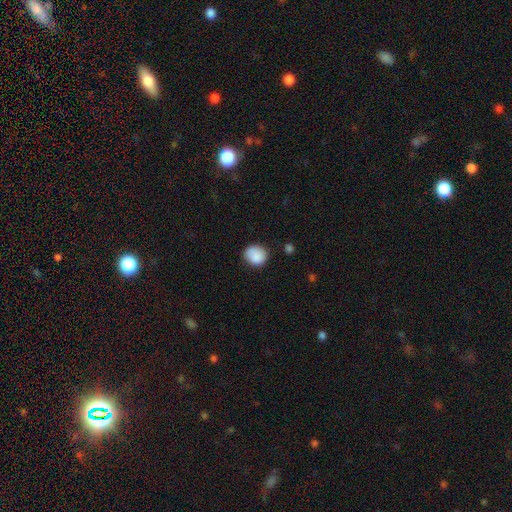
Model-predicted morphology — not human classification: The model was most divided on "how rounded": round: 76%, in between: 23%, cigar-shaped: 1%. More confident: smooth or featured — smooth (87%); merging — none (74%).